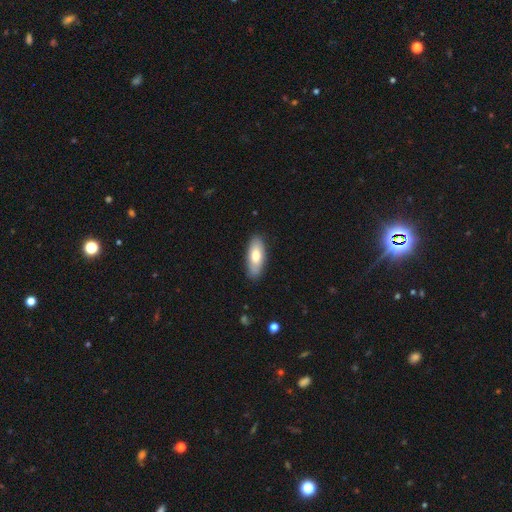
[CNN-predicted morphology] Smooth or featured: smooth — 75% (featured or disk — 19%)
How rounded: in between — 80% (cigar-shaped — 18%)
Merging: none — 87% (minor disturbance — 10%)